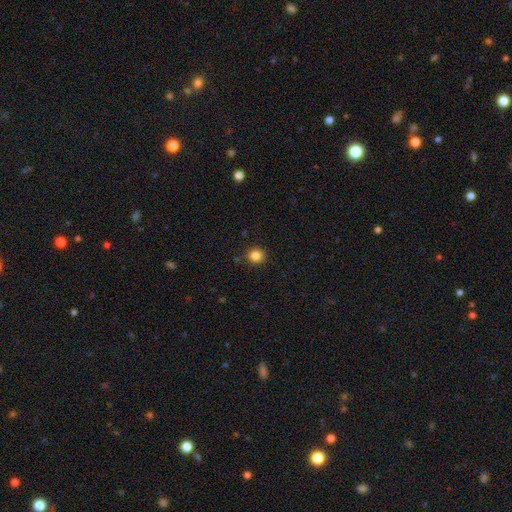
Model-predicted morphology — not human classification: smooth 84%, star or artifact 12%, featured or disk 5%. Down the decision tree: how rounded — round (90%); merging — none (89%).